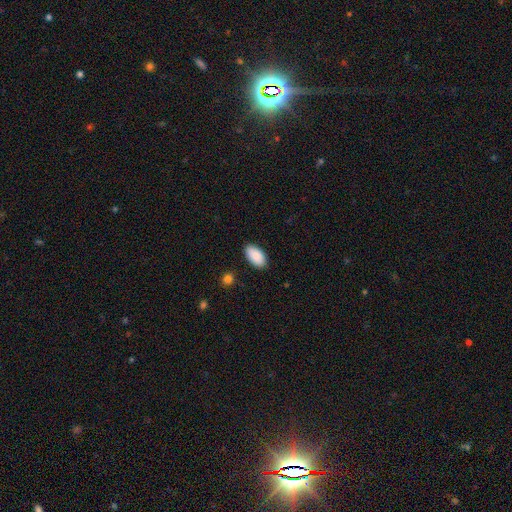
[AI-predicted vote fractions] Overall: smooth (90%). How rounded: in between (95%). Merging: none (88%).